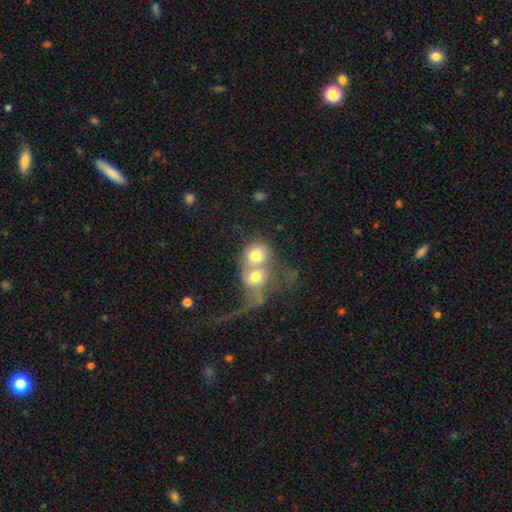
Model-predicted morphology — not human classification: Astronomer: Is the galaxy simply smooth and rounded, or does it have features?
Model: smooth — 60%.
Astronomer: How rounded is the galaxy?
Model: round — 69%.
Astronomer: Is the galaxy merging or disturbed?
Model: merger — 77%.